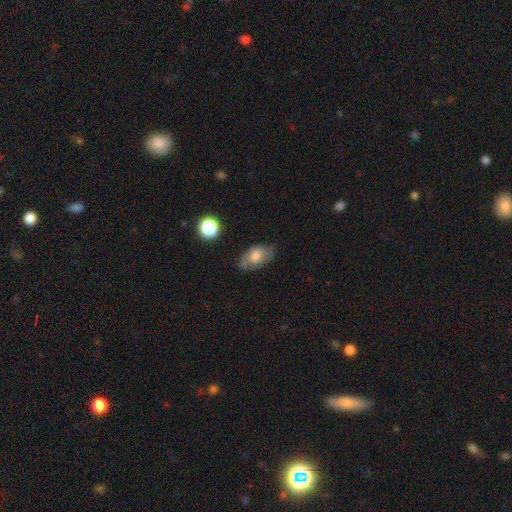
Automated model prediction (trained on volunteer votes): This appears to be a smooth galaxy with no disk features (59%) that is in between round and cigar-shaped (88%). Merging: none (65%).